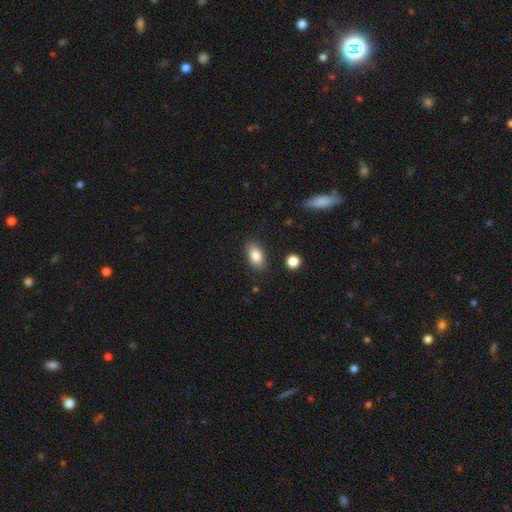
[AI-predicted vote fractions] Smooth or featured: smooth — 84% (featured or disk — 8%)
How rounded: in between — 90% (round — 7%)
Merging: none — 84% (minor disturbance — 11%)